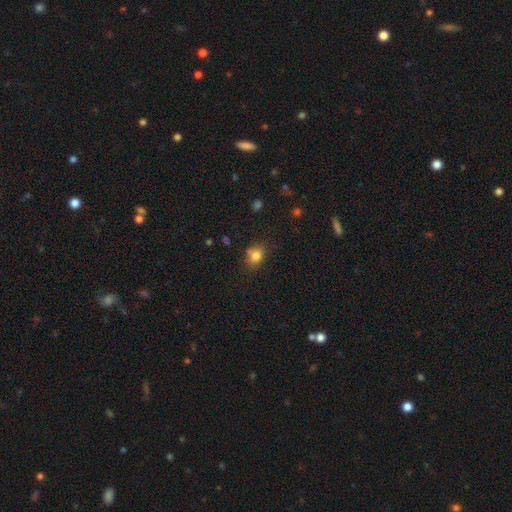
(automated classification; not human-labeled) Smooth or featured: smooth — 81% (star or artifact — 12%)
How rounded: round — 52% (in between — 47%)
Merging: none — 67% (minor disturbance — 20%)